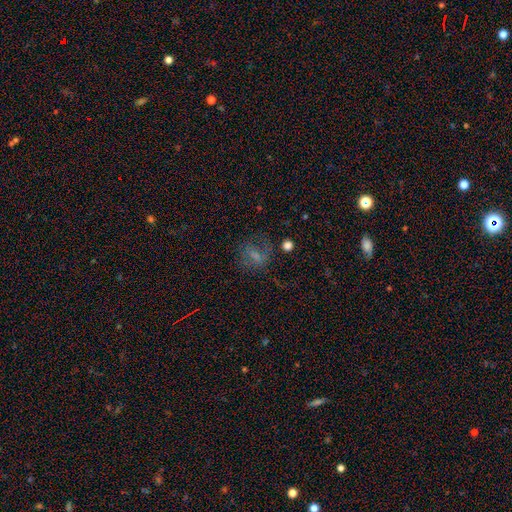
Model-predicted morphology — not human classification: Smooth or featured? Predicted: smooth (p=0.47). Merging? Predicted: none (p=0.56).